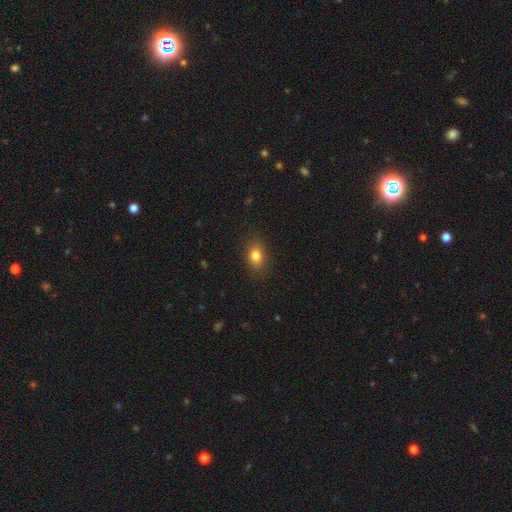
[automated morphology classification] Q: Smooth or featured?
A: smooth (81%); runner-up: star or artifact (11%)
Q: How rounded?
A: in between (73%); runner-up: round (25%)
Q: Merging?
A: none (85%); runner-up: minor disturbance (11%)